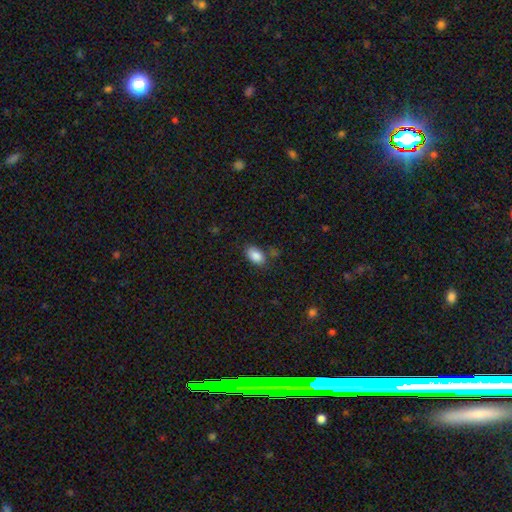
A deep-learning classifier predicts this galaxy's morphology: The model was most divided on "merging": none: 72%, minor disturbance: 16%, merger: 7%, major disturbance: 5%. More confident: how rounded — in between (92%); smooth or featured — smooth (87%).